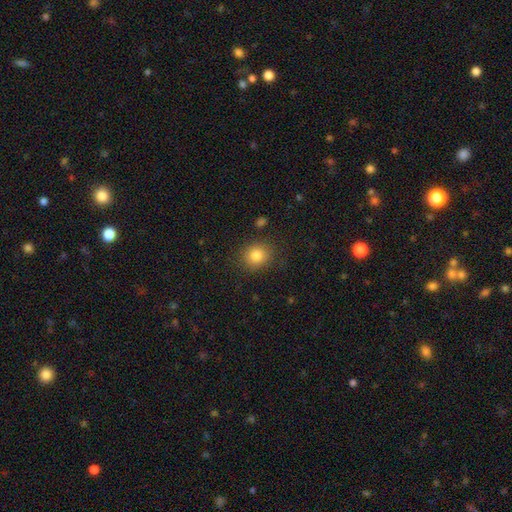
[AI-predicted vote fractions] This appears to be a smooth galaxy with no disk features (82%) that is round (77%). Merging: none (85%).